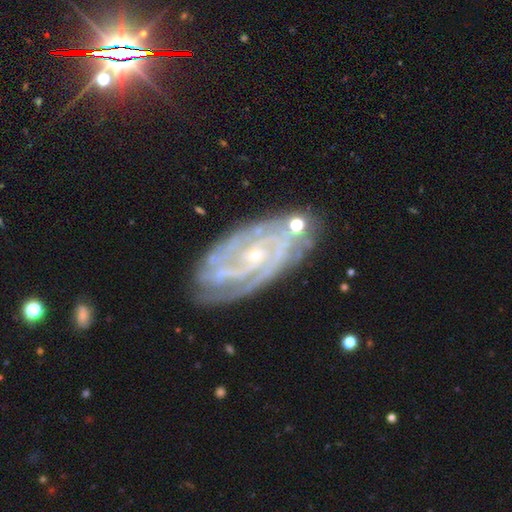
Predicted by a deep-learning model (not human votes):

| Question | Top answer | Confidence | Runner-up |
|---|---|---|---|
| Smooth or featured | featured or disk | 87% | star or artifact (7%) |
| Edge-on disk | no | 94% | yes (6%) |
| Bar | no | 60% | weak (28%) |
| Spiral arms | yes | 96% | no (4%) |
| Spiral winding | tight | 64% | medium (30%) |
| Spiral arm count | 2 | 30% | can't tell (24%) |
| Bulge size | small | 79% | moderate (17%) |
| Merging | none | 72% | minor disturbance (19%) |